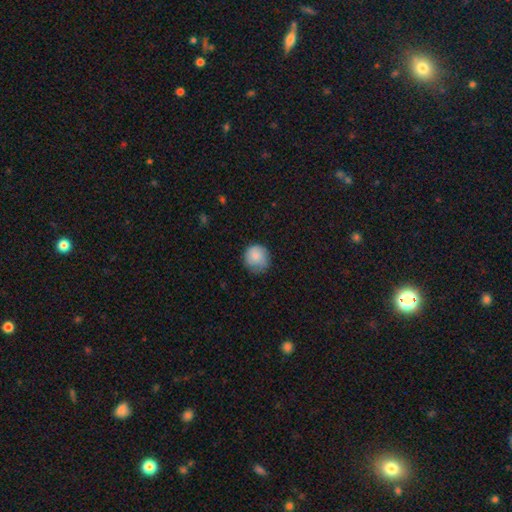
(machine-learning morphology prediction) This appears to be a smooth galaxy with no disk features (85%) that is round (90%). Merging: none (72%).